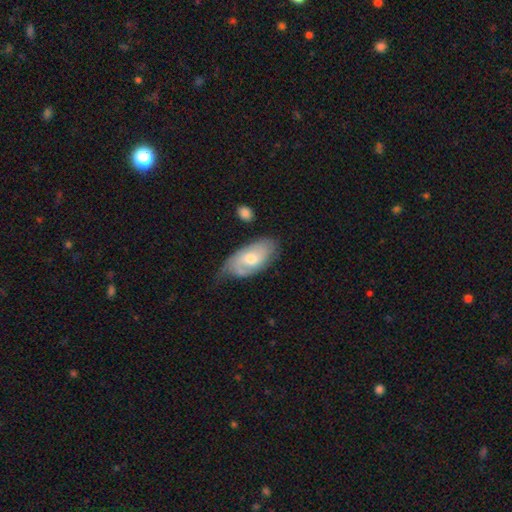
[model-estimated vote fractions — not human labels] smooth-or-featured: featured or disk: 54% | smooth: 40% | star or artifact: 6%
  disk-edge-on: no: 91% | yes: 9%
  merging: none: 51% | minor disturbance: 33% | major disturbance: 11% | merger: 4%